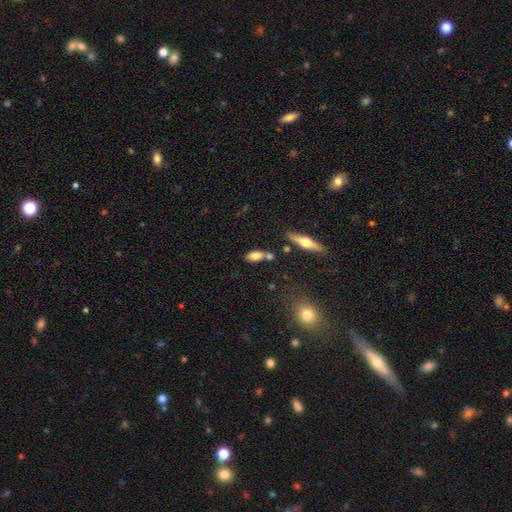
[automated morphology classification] Smooth or featured? smooth (74%)
How rounded? in between (81%)
Merging? none (61%)